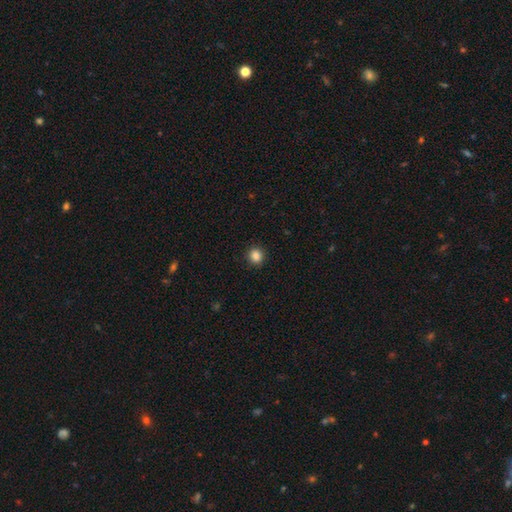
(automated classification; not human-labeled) smooth-or-featured: smooth: 85% | star or artifact: 11% | featured or disk: 4%
  how-rounded: round: 92% | in between: 7% | cigar-shaped: 1%
  merging: none: 93% | minor disturbance: 5% | major disturbance: 2% | merger: 1%